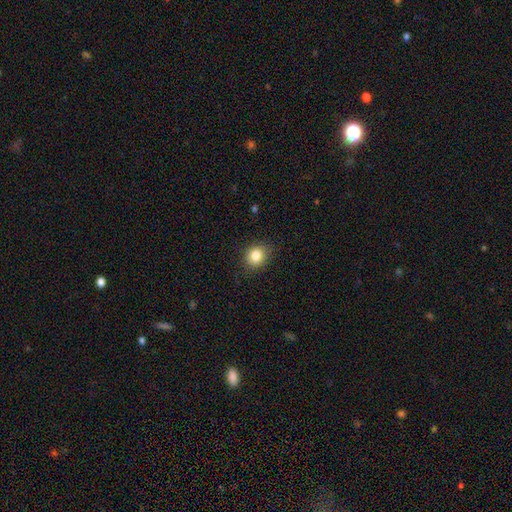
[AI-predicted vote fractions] Morphology: type=smooth (84%); roundness=round (63%); merging=none (85%).